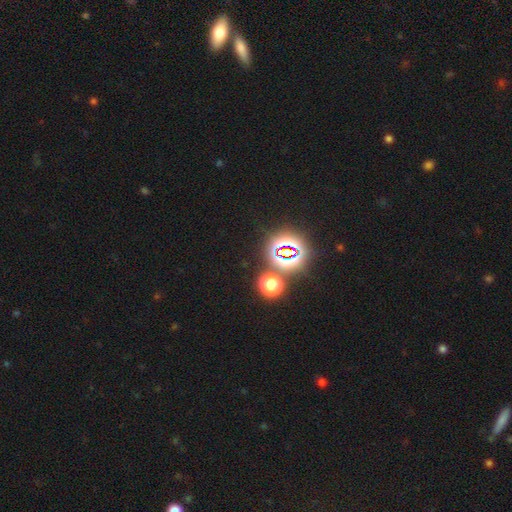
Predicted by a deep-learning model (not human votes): Q: Smooth or featured?
A: star or artifact (79%); runner-up: smooth (15%)